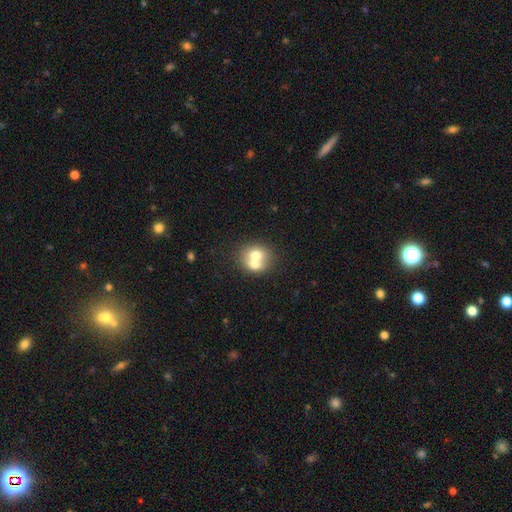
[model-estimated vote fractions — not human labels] The model was most divided on "merging": merger: 64%, none: 28%, minor disturbance: 6%, major disturbance: 3%. More confident: how rounded — round (70%); smooth or featured — smooth (65%).